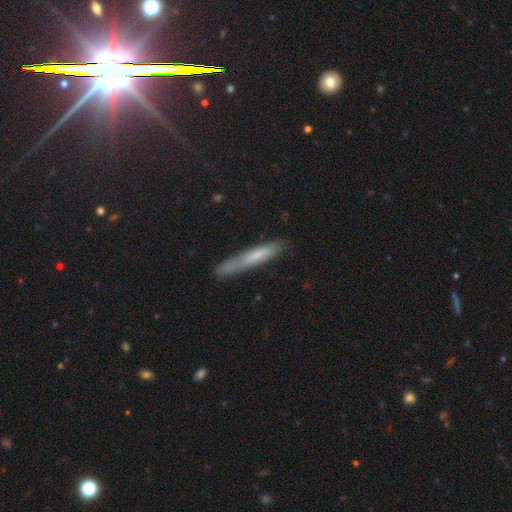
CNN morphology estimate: Smooth or featured? smooth (60%)
How rounded? cigar-shaped (93%)
Merging? none (76%)